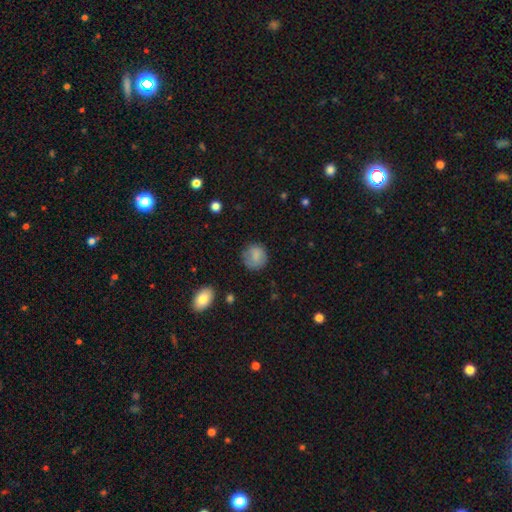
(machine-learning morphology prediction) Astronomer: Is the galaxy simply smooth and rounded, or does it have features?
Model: smooth — 82%.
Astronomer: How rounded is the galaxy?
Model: round — 85%.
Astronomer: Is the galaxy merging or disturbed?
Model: none — 74%.